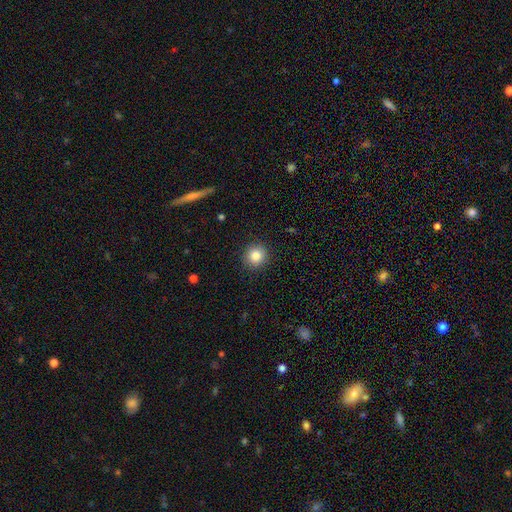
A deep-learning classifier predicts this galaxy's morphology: This is clearly a smooth galaxy (84%). How rounded: clearly round (91%). Merging: clearly none (91%).